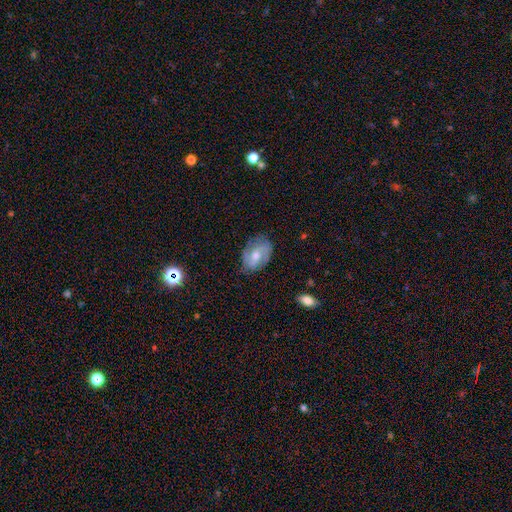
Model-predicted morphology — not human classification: A featured or disk galaxy (67%) with a weak bar (48%), 2 (64%) medium (43%) spiral arms (86%) and a moderate central bulge (63%). Merging: none (73%).